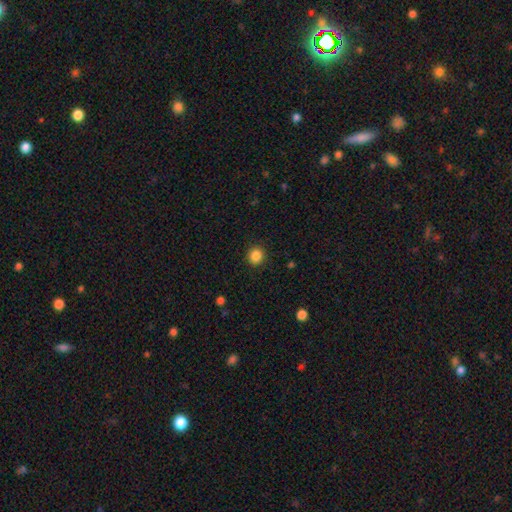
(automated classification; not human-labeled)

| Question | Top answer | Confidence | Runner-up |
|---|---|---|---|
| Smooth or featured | smooth | 86% | star or artifact (10%) |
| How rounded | round | 87% | in between (12%) |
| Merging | none | 91% | minor disturbance (6%) |